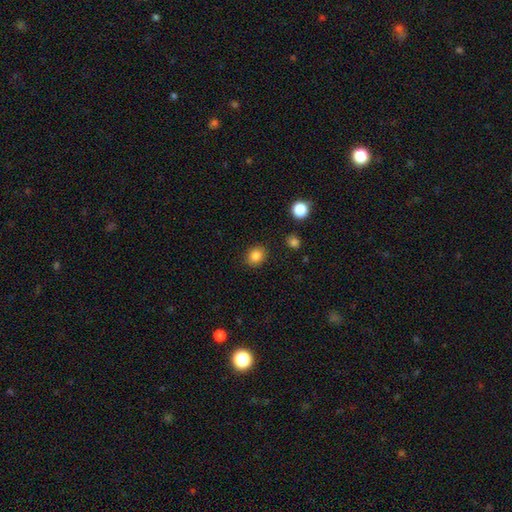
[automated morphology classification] Smooth or featured? smooth (84%)
How rounded? round (70%)
Merging? none (88%)